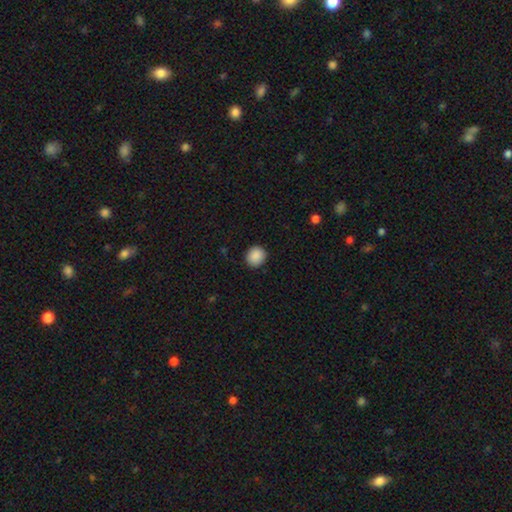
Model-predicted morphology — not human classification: Smooth or featured?
  - smooth: 89% *
  - star or artifact: 8%
  - featured or disk: 3%
How rounded?
  - round: 86% *
  - in between: 13%
  - cigar-shaped: 1%
Merging?
  - none: 91% *
  - minor disturbance: 7%
  - major disturbance: 2%
  - merger: 1%